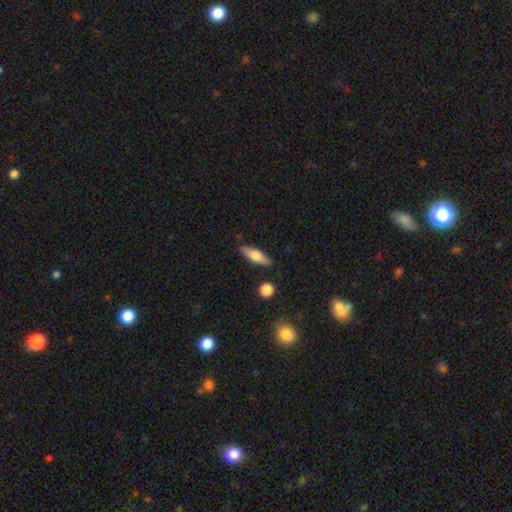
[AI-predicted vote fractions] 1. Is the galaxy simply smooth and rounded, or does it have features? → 64% smooth, 30% featured or disk, 7% star or artifact.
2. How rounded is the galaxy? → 54% in between, 43% cigar-shaped, 3% round.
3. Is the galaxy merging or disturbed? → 83% none, 11% minor disturbance, 3% merger, 2% major disturbance.